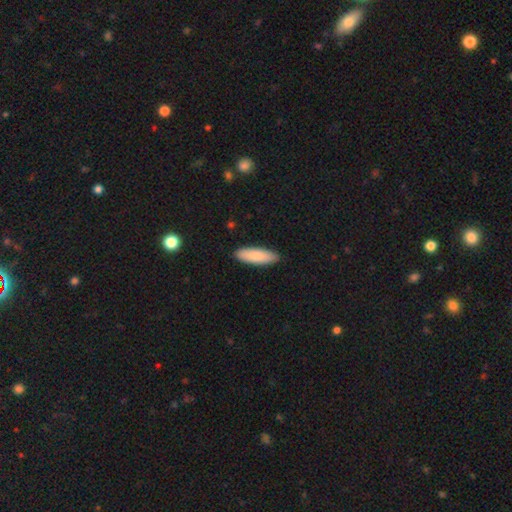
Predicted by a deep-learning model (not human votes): smooth 85%, featured or disk 10%, star or artifact 5%. Down the decision tree: how rounded — in between (52%); merging — none (89%).